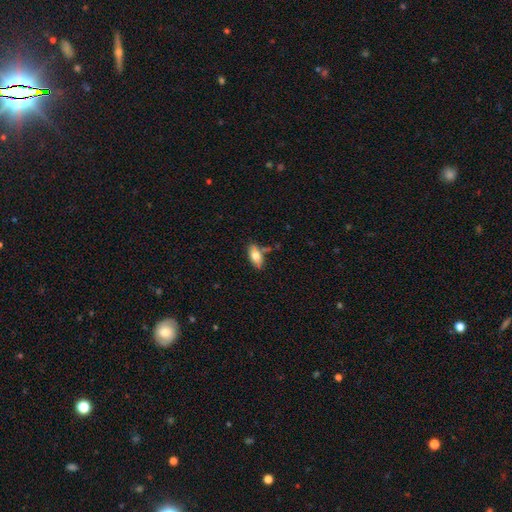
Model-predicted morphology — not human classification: The model was most divided on "merging": none: 71%, minor disturbance: 17%, merger: 8%, major disturbance: 4%. More confident: how rounded — in between (86%); smooth or featured — smooth (78%).